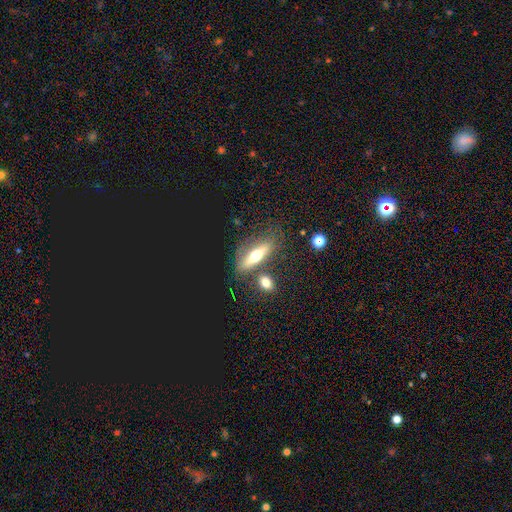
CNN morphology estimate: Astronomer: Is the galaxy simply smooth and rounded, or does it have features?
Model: smooth — 46% (runner-up: featured or disk, 44%).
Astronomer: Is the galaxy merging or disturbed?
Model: none — 63%.